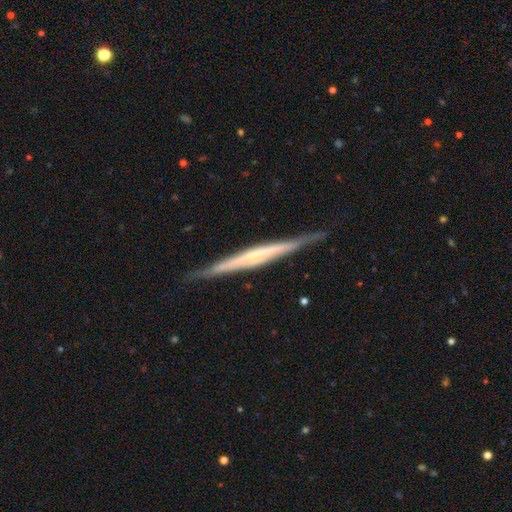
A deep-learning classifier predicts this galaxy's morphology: Q: Smooth or featured?
A: featured or disk (74%); runner-up: smooth (21%)
Q: Edge-on disk?
A: yes (97%); runner-up: no (3%)
Q: Edge-on bulge?
A: none (47%); runner-up: rounded (33%)
Q: Merging?
A: none (87%); runner-up: minor disturbance (10%)